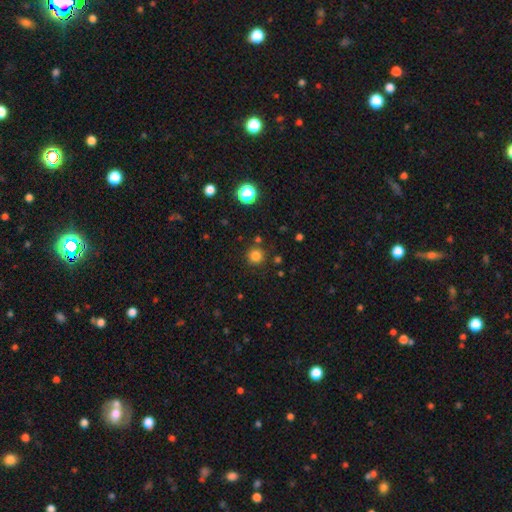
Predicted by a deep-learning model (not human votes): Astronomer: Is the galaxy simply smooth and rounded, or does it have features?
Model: smooth — 81%.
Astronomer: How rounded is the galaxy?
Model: round — 95%.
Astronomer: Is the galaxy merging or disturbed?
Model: none — 86%.